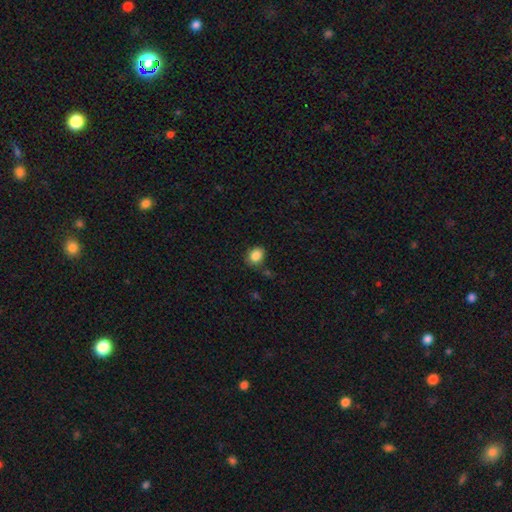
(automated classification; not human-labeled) Smooth or featured: smooth — 86% (star or artifact — 9%)
How rounded: in between — 54% (round — 45%)
Merging: none — 76% (minor disturbance — 16%)